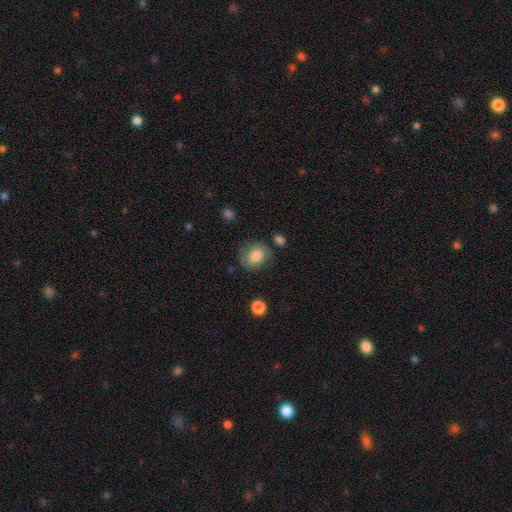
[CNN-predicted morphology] smooth 79%, featured or disk 13%, star or artifact 8%. Down the decision tree: how rounded — round (56%); merging — none (67%).